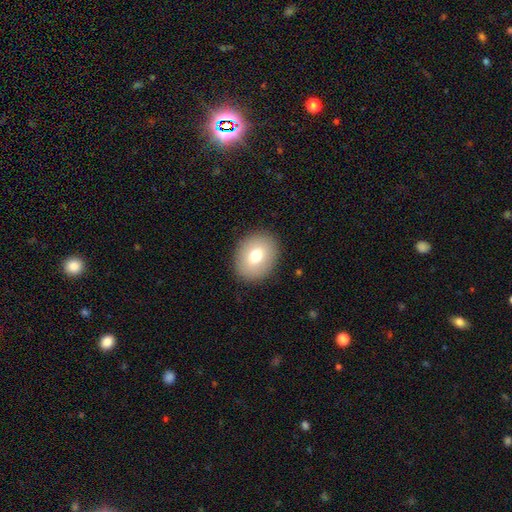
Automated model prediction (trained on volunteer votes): Smooth or featured? Predicted: smooth (p=0.72). How rounded? Predicted: in between (p=0.51). Merging? Predicted: none (p=0.89).